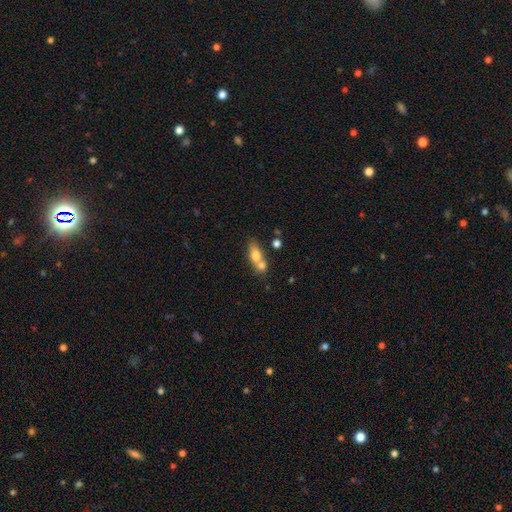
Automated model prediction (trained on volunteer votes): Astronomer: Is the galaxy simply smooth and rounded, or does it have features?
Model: smooth — 69%.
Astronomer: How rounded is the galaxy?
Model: in between — 63%.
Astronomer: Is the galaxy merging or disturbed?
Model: merger — 53% (runner-up: none, 32%).